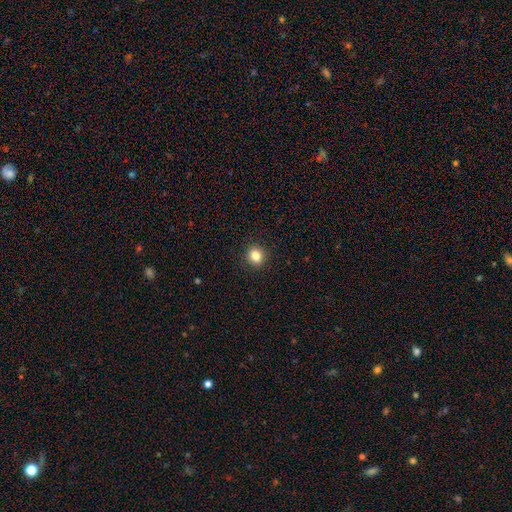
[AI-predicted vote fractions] A smooth galaxy with no disk features (83%) that is round (82%). Merging: none (92%).